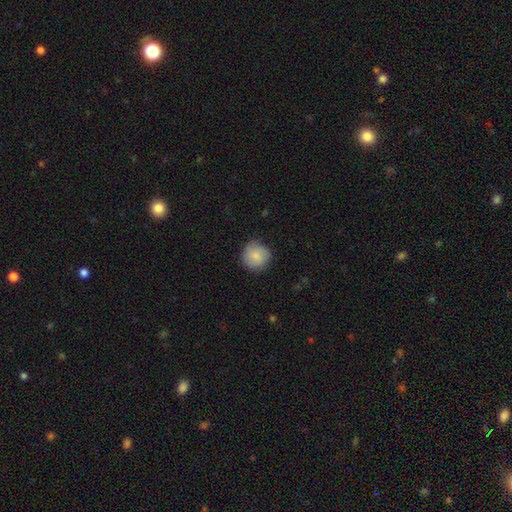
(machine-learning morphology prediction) Smooth or featured? Predicted: smooth (p=0.84). How rounded? Predicted: round (p=0.93). Merging? Predicted: none (p=0.80).